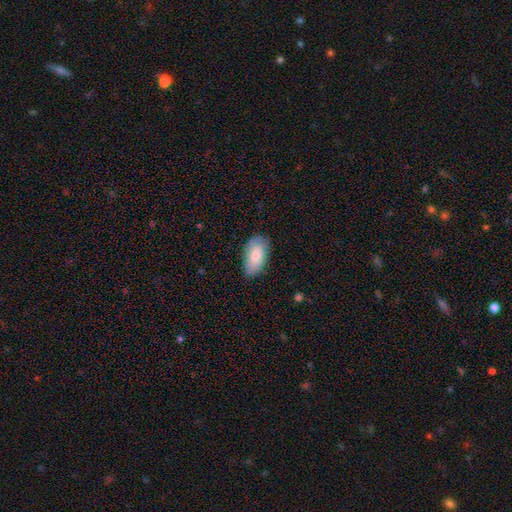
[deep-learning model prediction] Q: Smooth or featured?
A: smooth (77%); runner-up: featured or disk (17%)
Q: How rounded?
A: in between (94%); runner-up: round (4%)
Q: Merging?
A: none (78%); runner-up: minor disturbance (17%)